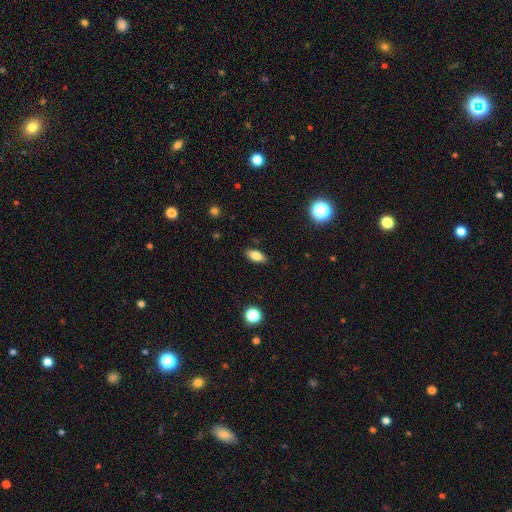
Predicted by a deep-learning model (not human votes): The model was most divided on "smooth or featured": smooth: 80%, featured or disk: 11%, star or artifact: 9%. More confident: merging — none (88%); how rounded — in between (86%).